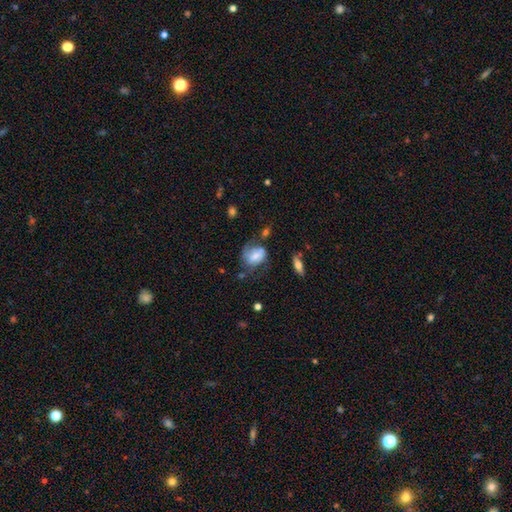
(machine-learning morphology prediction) Smooth or featured? featured or disk (48%)
Merging? none (39%)